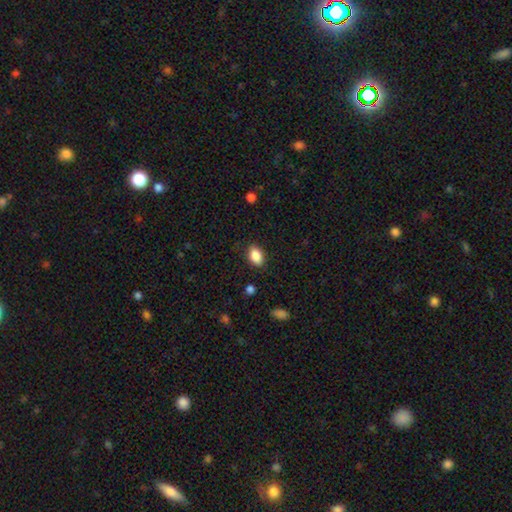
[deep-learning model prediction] The model was most divided on "merging": none: 85%, minor disturbance: 11%, major disturbance: 3%, merger: 1%. More confident: how rounded — in between (88%); smooth or featured — smooth (87%).